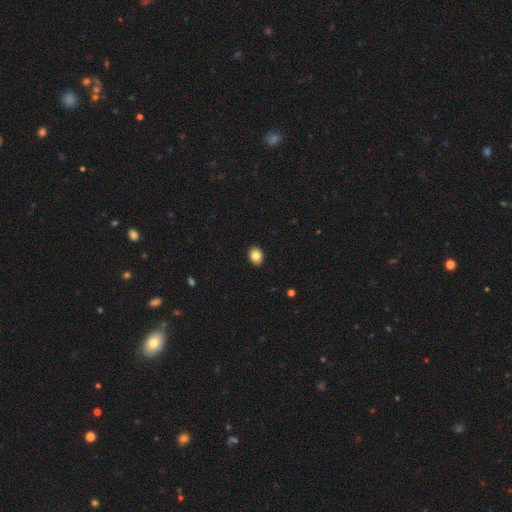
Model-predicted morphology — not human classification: smooth-or-featured: smooth: 84% | star or artifact: 9% | featured or disk: 7%
  how-rounded: in between: 64% | round: 35% | cigar-shaped: 1%
  merging: none: 90% | minor disturbance: 7% | major disturbance: 2% | merger: 1%